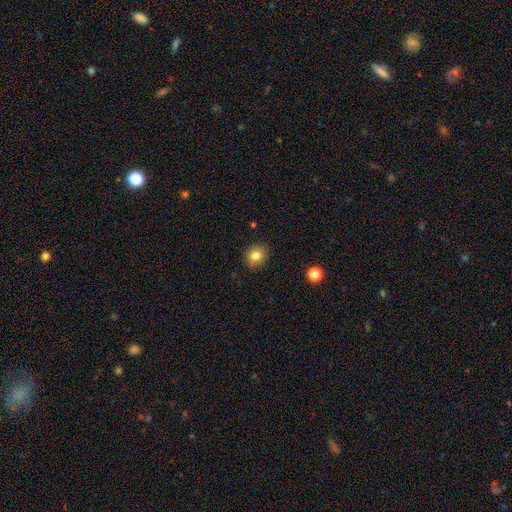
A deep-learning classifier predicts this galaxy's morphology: This appears to be a smooth galaxy with no disk features (81%) that is round (77%). Merging: none (88%).